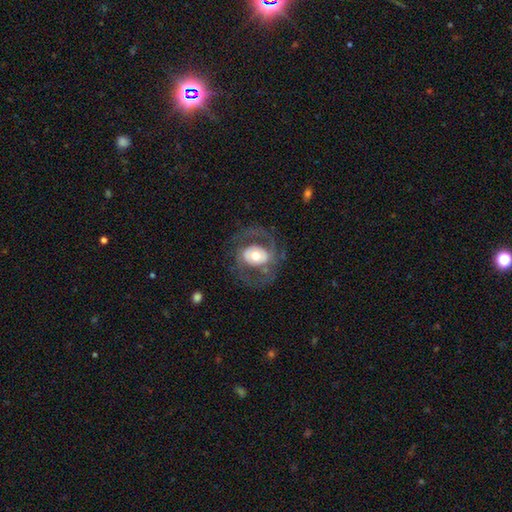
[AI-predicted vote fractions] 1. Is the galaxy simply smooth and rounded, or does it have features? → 71% featured or disk, 23% smooth, 6% star or artifact.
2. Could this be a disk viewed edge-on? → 96% no, 4% yes.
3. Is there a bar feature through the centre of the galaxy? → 64% no, 24% weak, 11% strong.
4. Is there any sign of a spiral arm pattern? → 67% yes, 33% no.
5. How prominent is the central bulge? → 65% moderate, 22% large, 9% small, 2% dominant, 1% none.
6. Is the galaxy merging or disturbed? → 66% none, 18% major disturbance, 14% minor disturbance, 1% merger.